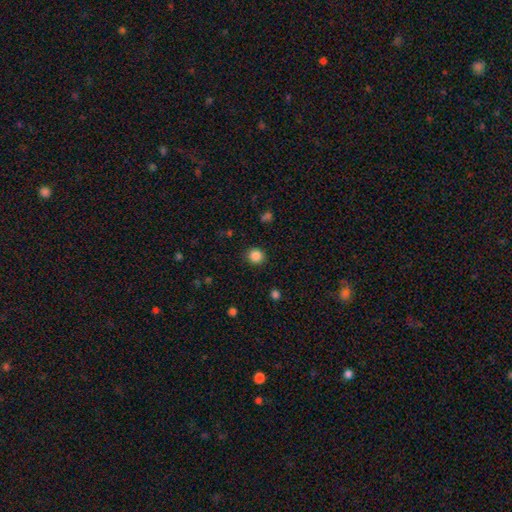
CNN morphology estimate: This is clearly a smooth galaxy (86%). How rounded: clearly round (91%). Merging: clearly none (91%).